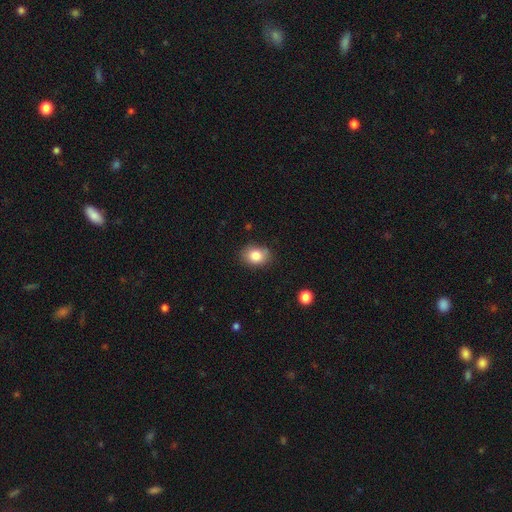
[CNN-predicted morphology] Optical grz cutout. It shows a smooth galaxy with no disk features (83%) that is in between round and cigar-shaped (63%). Merging: none (80%).